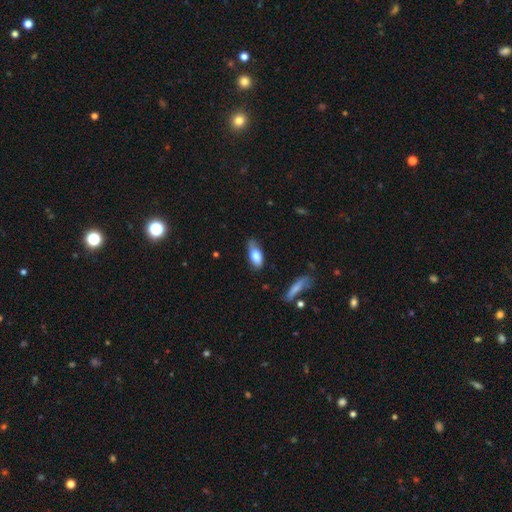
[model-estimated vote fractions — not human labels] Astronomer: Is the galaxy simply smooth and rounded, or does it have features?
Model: smooth — 76%.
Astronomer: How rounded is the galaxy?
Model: in between — 83%.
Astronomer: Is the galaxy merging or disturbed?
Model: none — 60%.